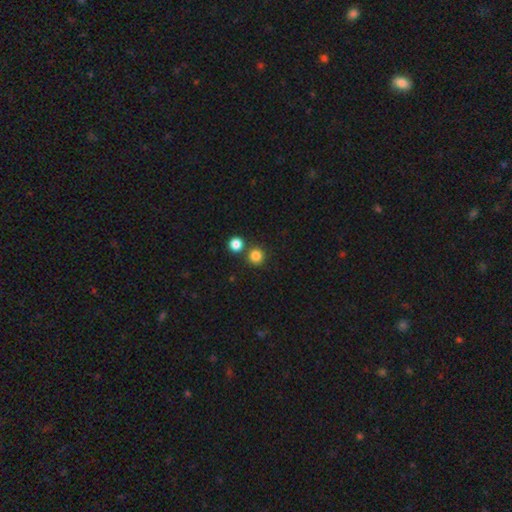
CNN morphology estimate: This appears to be a smooth galaxy with no disk features (84%) that is round (94%). Merging: none (78%).